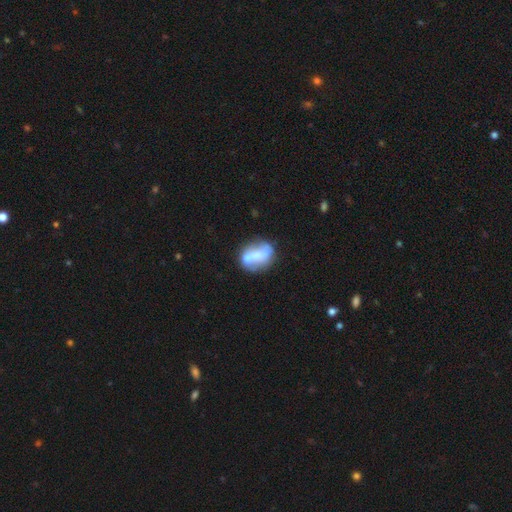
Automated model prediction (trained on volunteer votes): Q: Smooth or featured?
A: featured or disk (46%); runner-up: smooth (45%)
Q: Merging?
A: none (43%); runner-up: merger (24%)